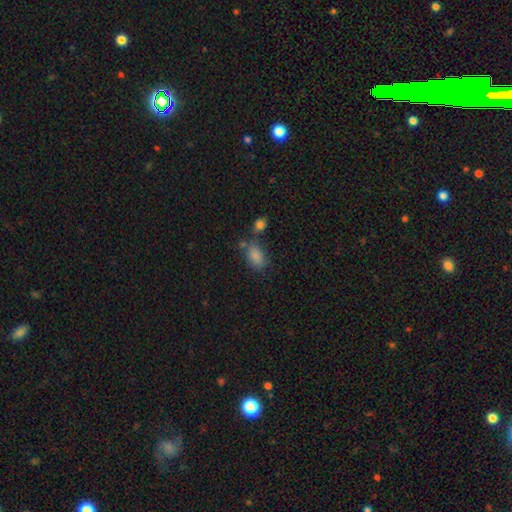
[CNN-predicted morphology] The model was most divided on "merging": none: 58%, minor disturbance: 18%, merger: 17%, major disturbance: 6%. More confident: how rounded — in between (91%); smooth or featured — smooth (84%).